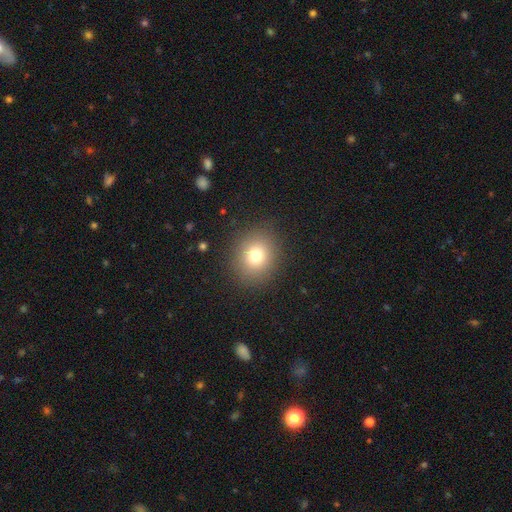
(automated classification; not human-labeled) Morphology: type=smooth (76%); roundness=round (78%); merging=none (88%).